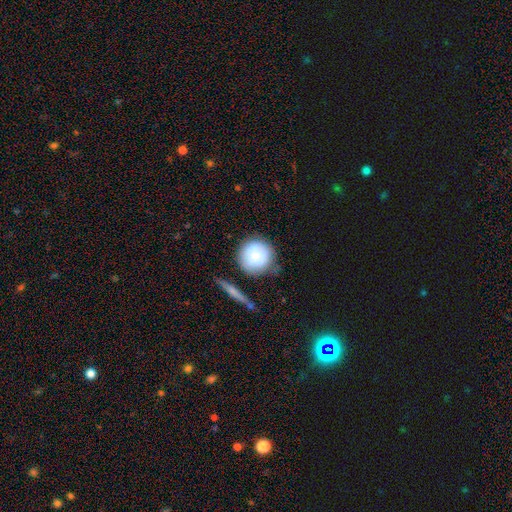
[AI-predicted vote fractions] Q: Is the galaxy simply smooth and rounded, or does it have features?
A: smooth — 81%.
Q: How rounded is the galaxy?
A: round — 92%.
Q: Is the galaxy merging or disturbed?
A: none — 68%.